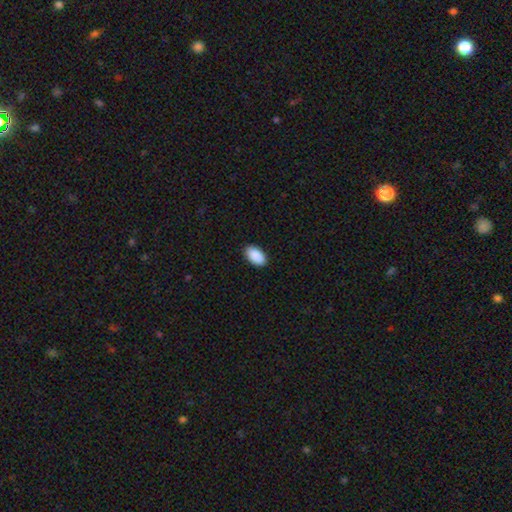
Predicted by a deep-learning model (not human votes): Smooth or featured? Predicted: smooth (p=0.91). How rounded? Predicted: in between (p=0.95). Merging? Predicted: none (p=0.89).